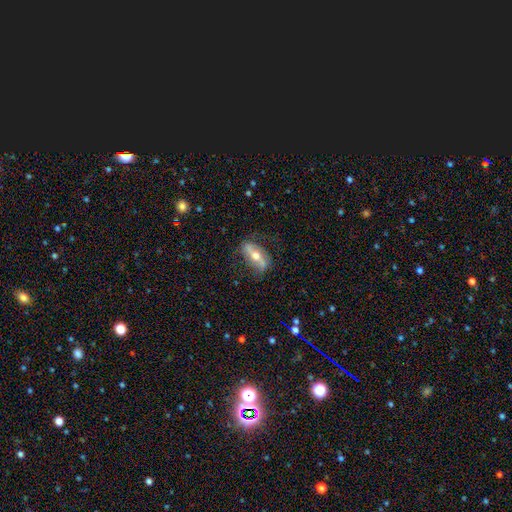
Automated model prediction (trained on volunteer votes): Smooth or featured? Predicted: featured or disk (p=0.63). Edge-on disk? Predicted: no (p=0.71). Merging? Predicted: none (p=0.73).